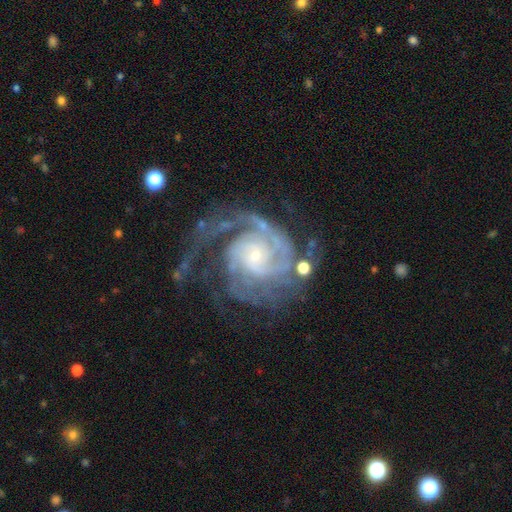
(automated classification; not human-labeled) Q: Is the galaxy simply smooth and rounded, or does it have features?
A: featured or disk — 92%.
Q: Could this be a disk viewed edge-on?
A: no — 98%.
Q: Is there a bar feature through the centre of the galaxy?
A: no — 66%.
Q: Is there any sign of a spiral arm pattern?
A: yes — 98%.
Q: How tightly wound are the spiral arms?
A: tight — 64%.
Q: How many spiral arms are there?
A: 2 — 30%.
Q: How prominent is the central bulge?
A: small — 74%.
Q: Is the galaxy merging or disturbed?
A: none — 54%.